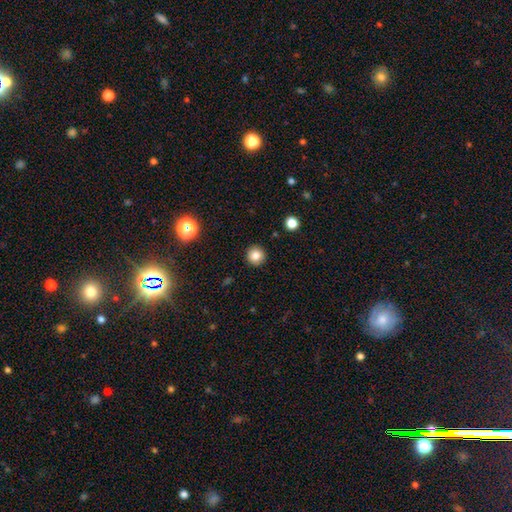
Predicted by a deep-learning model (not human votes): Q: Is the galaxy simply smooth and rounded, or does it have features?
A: smooth — 82%.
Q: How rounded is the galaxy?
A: round — 94%.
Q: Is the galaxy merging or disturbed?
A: none — 92%.